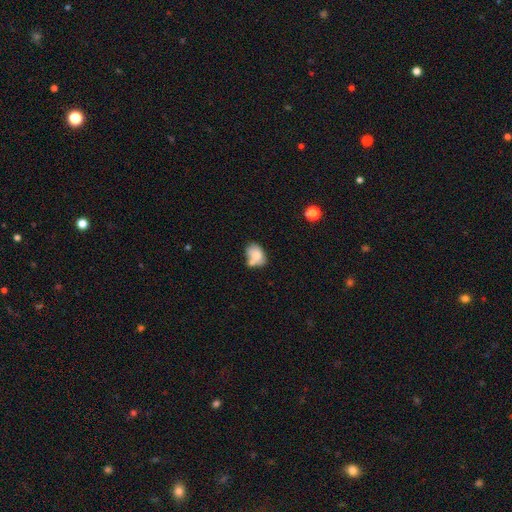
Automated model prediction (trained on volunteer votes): This appears to be a smooth galaxy with no disk features (73%) that is in between round and cigar-shaped (72%). Merging: merger (36%).